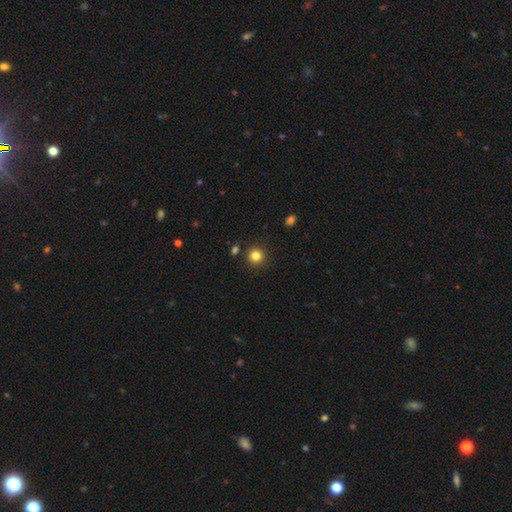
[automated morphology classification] smooth-or-featured: smooth: 82% | star or artifact: 13% | featured or disk: 5%
  how-rounded: round: 94% | in between: 5% | cigar-shaped: 1%
  merging: none: 89% | minor disturbance: 6% | merger: 3% | major disturbance: 2%